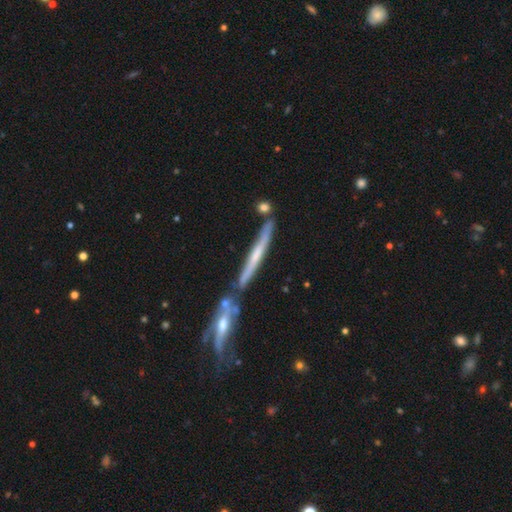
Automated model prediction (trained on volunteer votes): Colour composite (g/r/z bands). It shows a featured or disk galaxy (63%) viewed edge-on (94%) with no central bulge (51%). Merging: none (67%).